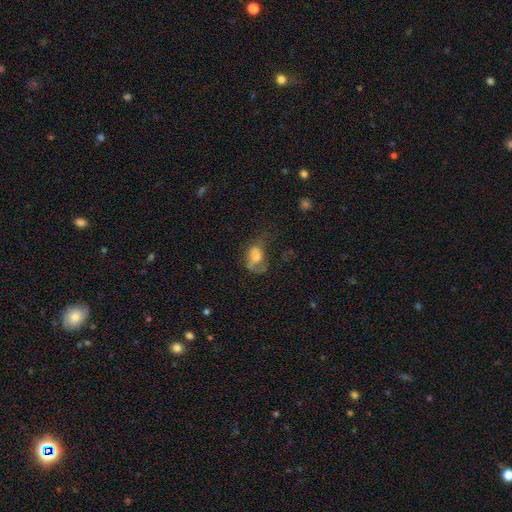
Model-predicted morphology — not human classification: Smooth or featured? Predicted: smooth (p=0.59). How rounded? Predicted: in between (p=0.71). Merging? Predicted: major disturbance (p=0.43).